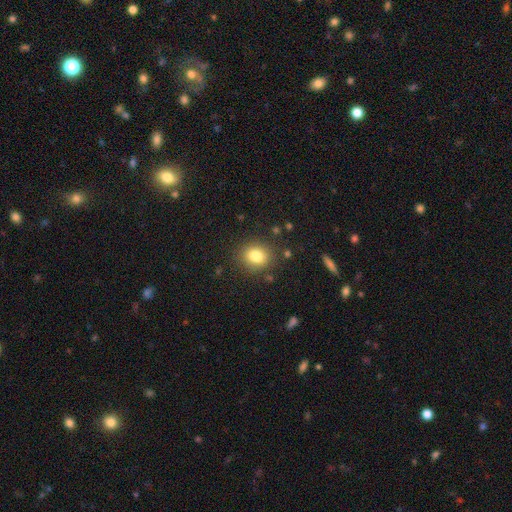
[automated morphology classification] smooth_or_featured: smooth (p=0.82) [alt: star or artifact p=0.11]
how_rounded: round (p=0.62) [alt: in between p=0.37]
merging: none (p=0.84) [alt: minor disturbance p=0.10]